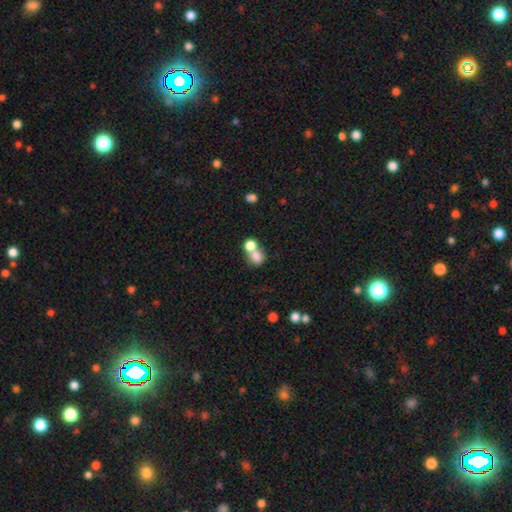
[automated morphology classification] Smooth or featured: smooth — 77% (featured or disk — 12%)
How rounded: round — 66% (in between — 33%)
Merging: merger — 61% (none — 28%)